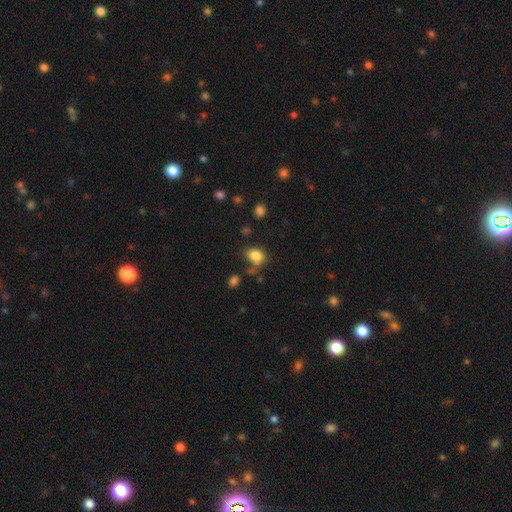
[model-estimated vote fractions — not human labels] The model was most divided on "how rounded": in between: 63%, round: 36%, cigar-shaped: 1%. More confident: smooth or featured — smooth (83%); merging — none (63%).